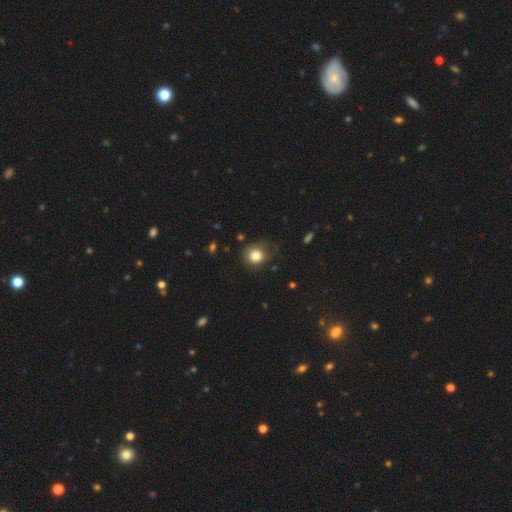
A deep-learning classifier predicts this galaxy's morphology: Smooth or featured?
  - smooth: 84% *
  - star or artifact: 10%
  - featured or disk: 7%
How rounded?
  - round: 82% *
  - in between: 17%
  - cigar-shaped: 1%
Merging?
  - none: 69% *
  - minor disturbance: 21%
  - major disturbance: 8%
  - merger: 2%